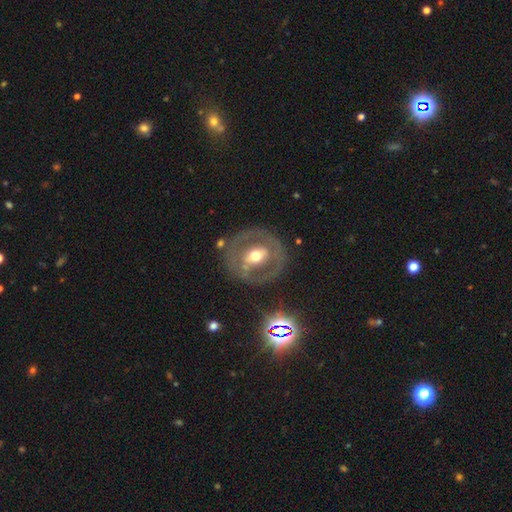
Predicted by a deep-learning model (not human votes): featured or disk 64%, smooth 29%, star or artifact 7%. Down the decision tree: edge-on disk — no (93%); bar — no (38%); spiral arms — no (80%); bulge size — moderate (71%); merging — none (74%).